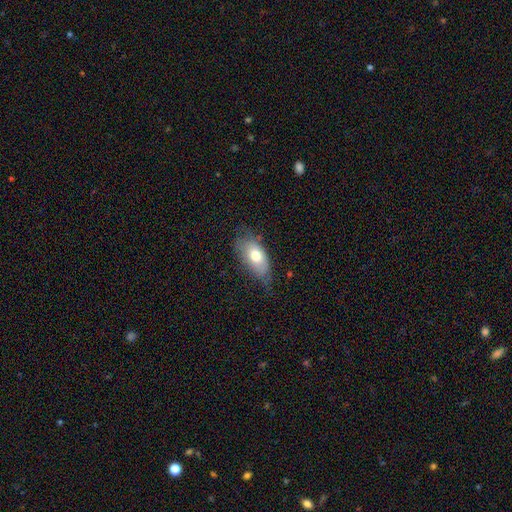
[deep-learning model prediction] Smooth or featured? Predicted: smooth (p=0.68). How rounded? Predicted: in between (p=0.89). Merging? Predicted: none (p=0.57).